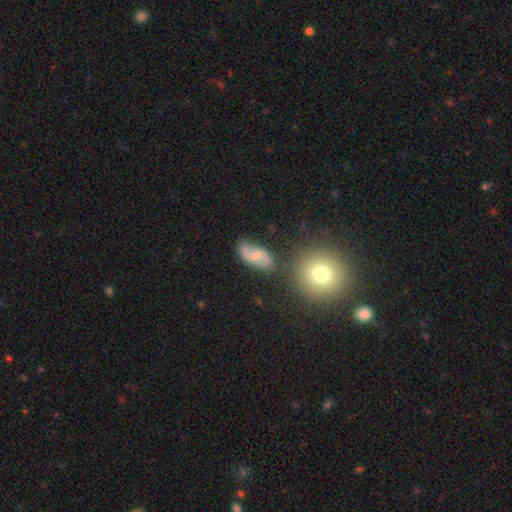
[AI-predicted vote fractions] Smooth or featured? Predicted: featured or disk (p=0.62). Edge-on disk? Predicted: no (p=0.96). Bar? Predicted: weak (p=0.47). Spiral arms? Predicted: yes (p=0.90). Spiral winding? Predicted: loose (p=0.53). Spiral arm count? Predicted: 2 (p=0.89). Bulge size? Predicted: small (p=0.47). Merging? Predicted: none (p=0.70).